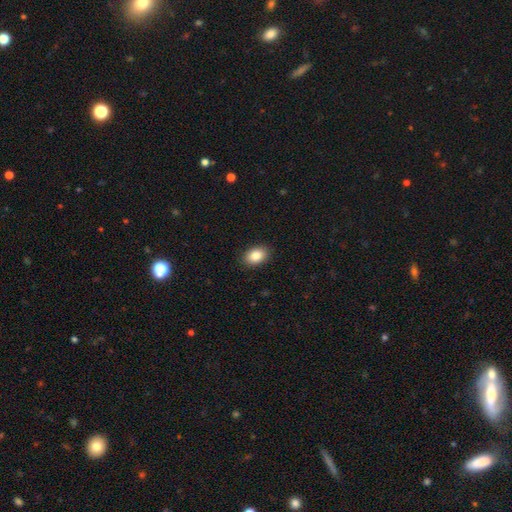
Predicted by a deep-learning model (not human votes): smooth 87%, star or artifact 8%, featured or disk 5%. Down the decision tree: how rounded — in between (83%); merging — none (90%).